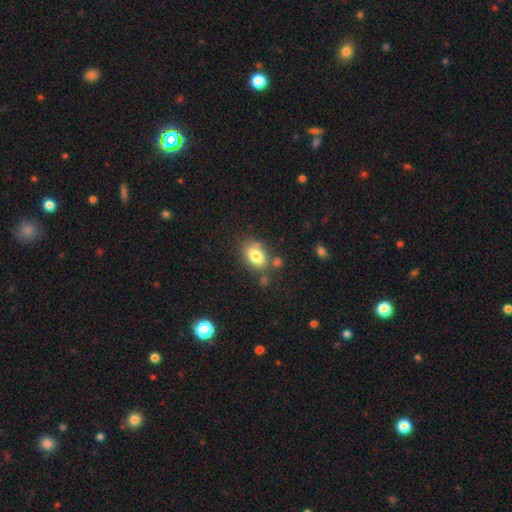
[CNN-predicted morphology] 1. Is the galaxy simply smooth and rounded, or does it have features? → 80% smooth, 11% featured or disk, 9% star or artifact.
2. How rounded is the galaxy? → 79% in between, 20% round, 1% cigar-shaped.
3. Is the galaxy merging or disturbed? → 69% none, 16% minor disturbance, 10% merger, 5% major disturbance.